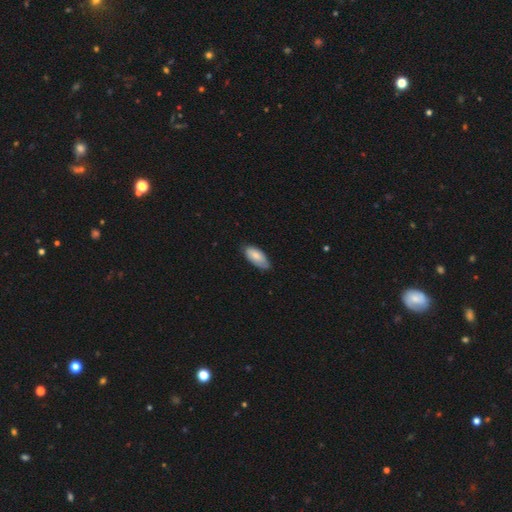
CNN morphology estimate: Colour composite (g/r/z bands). It shows a smooth galaxy with no disk features (80%) that is in between round and cigar-shaped (90%). Merging: none (71%).